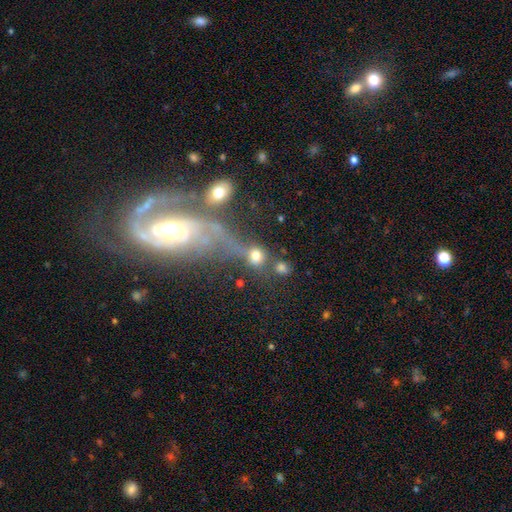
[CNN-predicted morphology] A smooth galaxy with no disk features (70%) that is round (78%). Merging: none (51%).